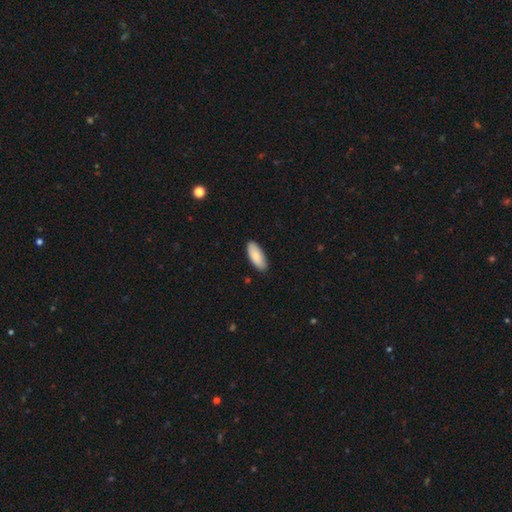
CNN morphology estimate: smooth-or-featured: smooth: 86% | featured or disk: 8% | star or artifact: 6%
  how-rounded: in between: 85% | cigar-shaped: 14% | round: 2%
  merging: none: 87% | minor disturbance: 10% | major disturbance: 2% | merger: 1%